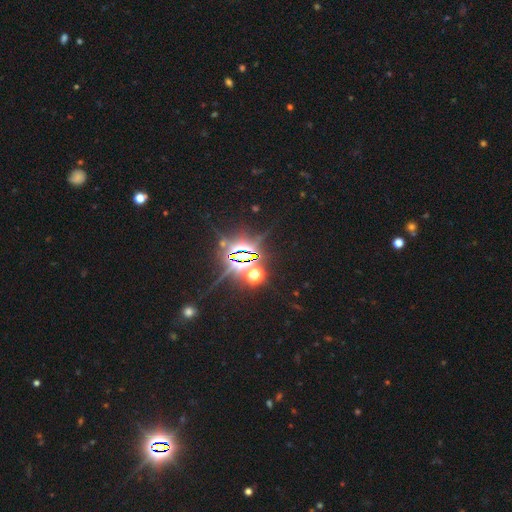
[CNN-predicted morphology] The model was most divided on "smooth or featured": star or artifact: 84%, smooth: 10%, featured or disk: 6%.